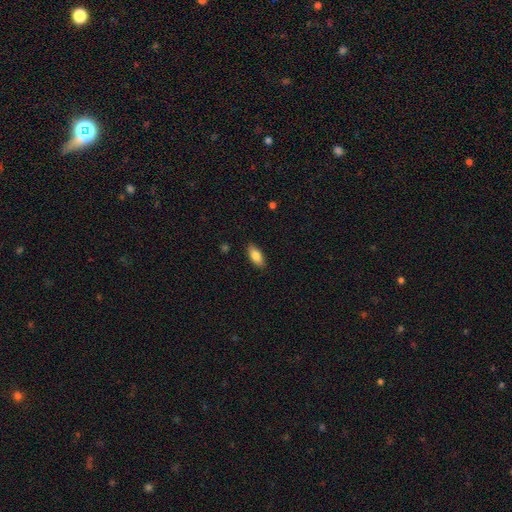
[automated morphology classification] Overall: smooth (84%). How rounded: in between (86%). Merging: none (87%).